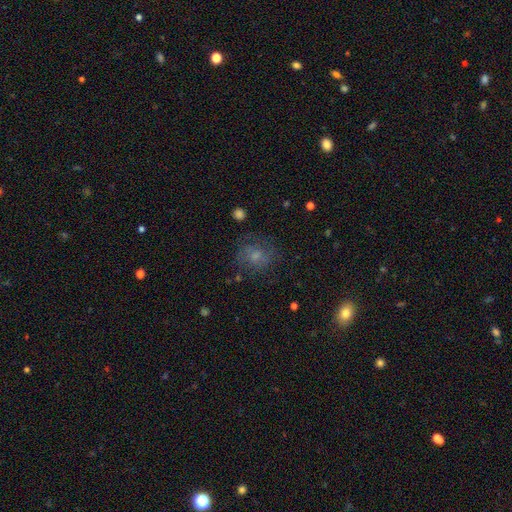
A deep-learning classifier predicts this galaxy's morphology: This appears to be a smooth galaxy with no disk features (52%) that is round (71%). Merging: none (66%).